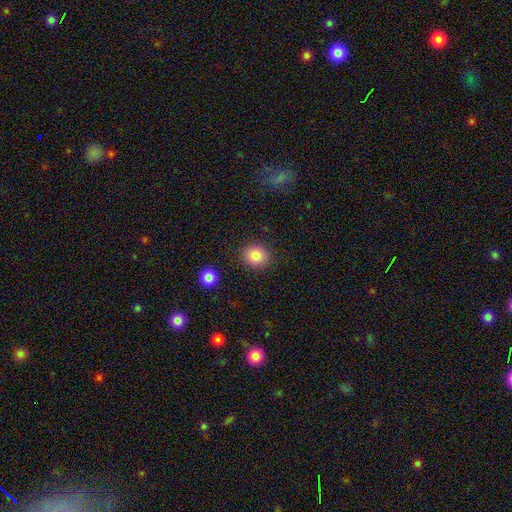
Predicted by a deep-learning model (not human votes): Overall: smooth (84%). How rounded: round (80%). Merging: none (87%).